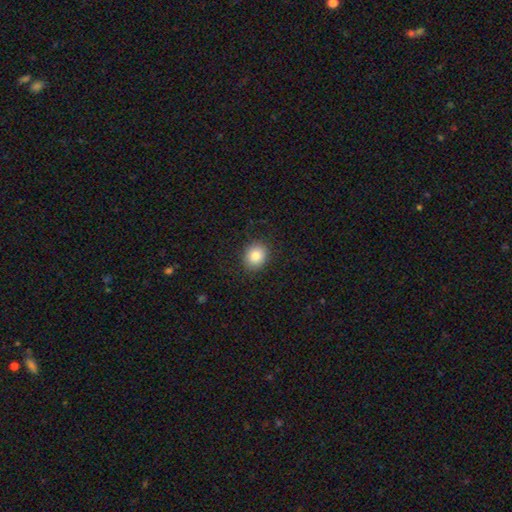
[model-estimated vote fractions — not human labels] Smooth or featured? Predicted: smooth (p=0.84). How rounded? Predicted: round (p=0.69). Merging? Predicted: none (p=0.89).